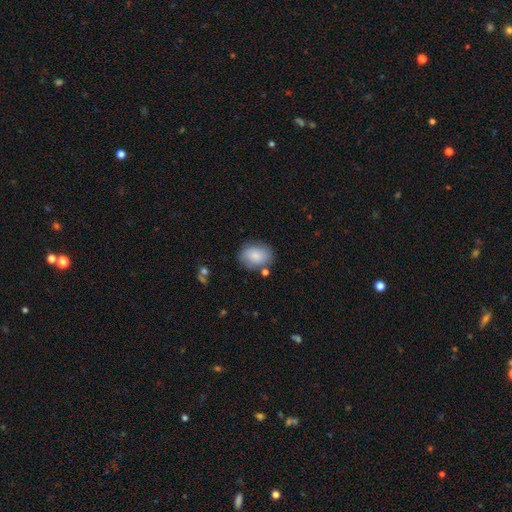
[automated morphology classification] This appears to be a smooth galaxy with no disk features (81%) that is in between round and cigar-shaped (66%). Merging: none (74%).